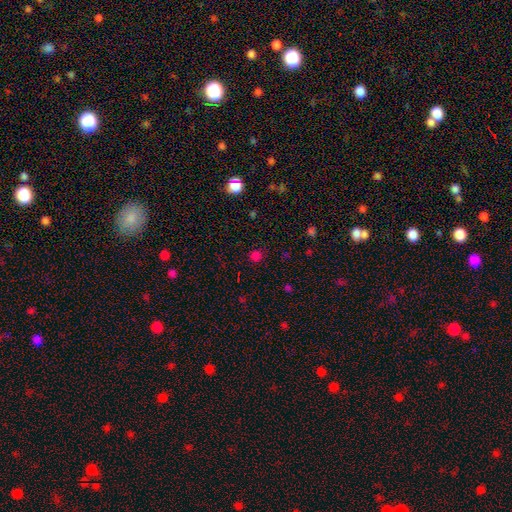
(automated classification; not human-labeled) smooth-or-featured: smooth: 71% | star or artifact: 25% | featured or disk: 4%
  how-rounded: round: 89% | in between: 10% | cigar-shaped: 1%
  merging: none: 86% | minor disturbance: 9% | major disturbance: 3% | merger: 2%